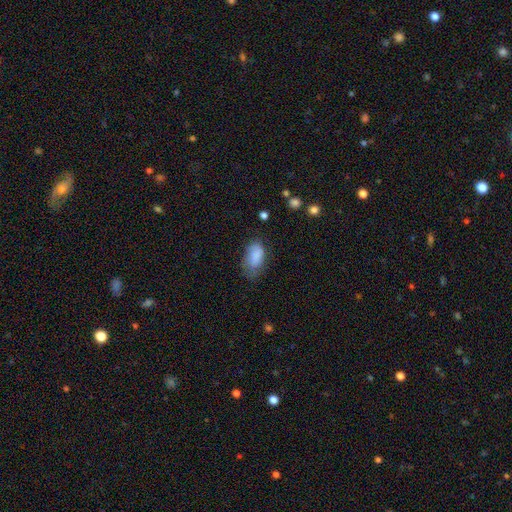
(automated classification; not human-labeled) This appears to be a smooth galaxy with no disk features (83%) that is in between round and cigar-shaped (93%). Merging: none (50%).